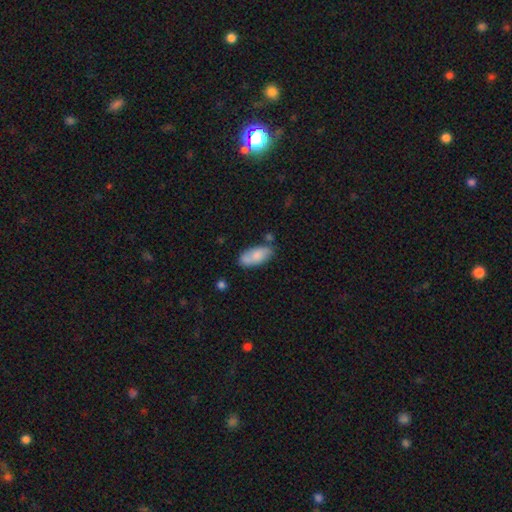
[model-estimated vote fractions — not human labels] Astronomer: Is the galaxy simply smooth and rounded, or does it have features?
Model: smooth — 77%.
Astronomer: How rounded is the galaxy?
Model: in between — 90%.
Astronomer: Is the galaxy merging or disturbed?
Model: none — 65%.